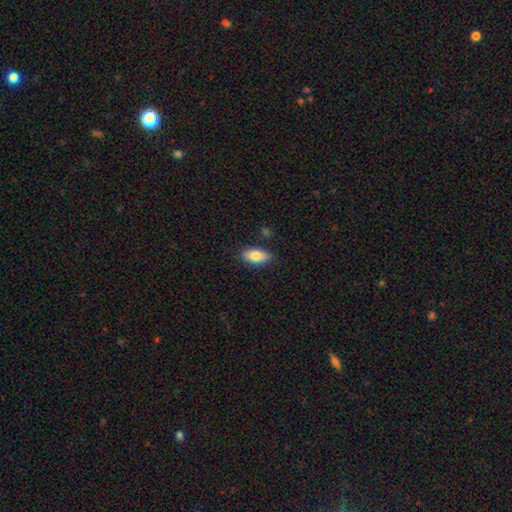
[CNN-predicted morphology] Smooth or featured? smooth (81%)
How rounded? in between (86%)
Merging? none (84%)